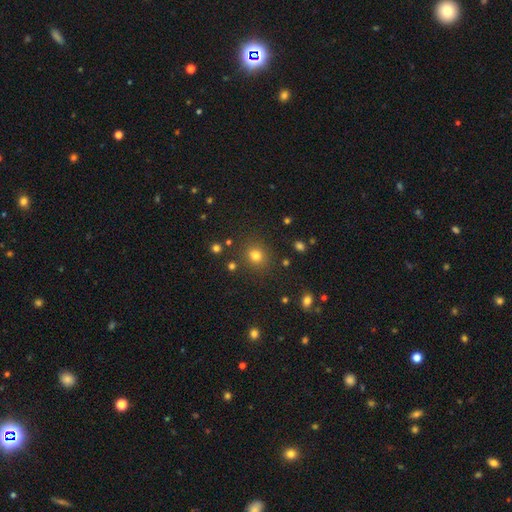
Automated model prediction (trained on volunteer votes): Smooth or featured? Predicted: smooth (p=0.76). How rounded? Predicted: round (p=0.81). Merging? Predicted: none (p=0.83).